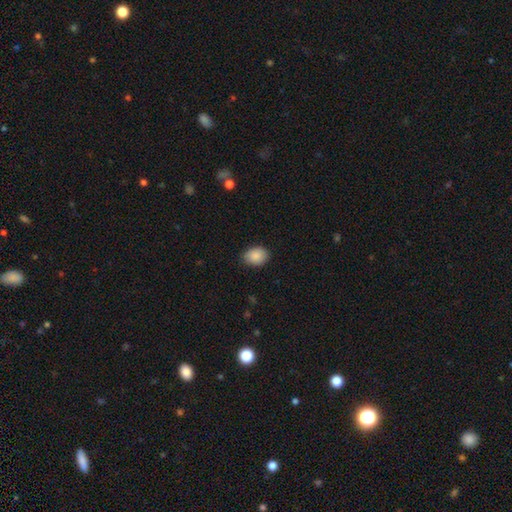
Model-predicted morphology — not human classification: A smooth galaxy with no disk features (89%) that is in between round and cigar-shaped (65%).

Vote fractions:
- Smooth or featured? smooth: 89% / star or artifact: 7% / featured or disk: 4%
- How rounded? in between: 65% / round: 35% / cigar-shaped: 1%
- Merging? none: 85% / minor disturbance: 12% / major disturbance: 2% / merger: 1%